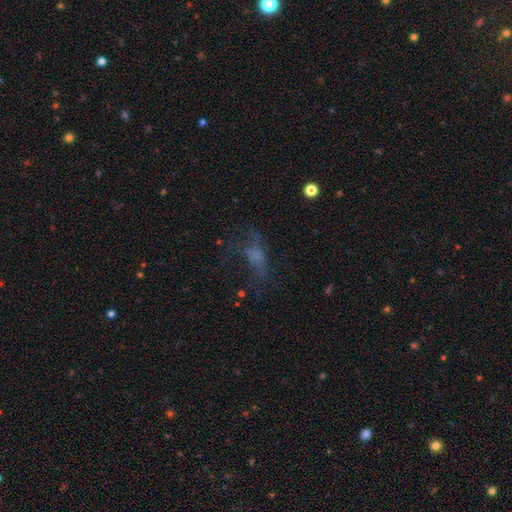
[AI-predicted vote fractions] smooth_or_featured: smooth (p=0.44) [alt: featured or disk p=0.32]
merging: none (p=0.39) [tied with: major disturbance p=0.39]